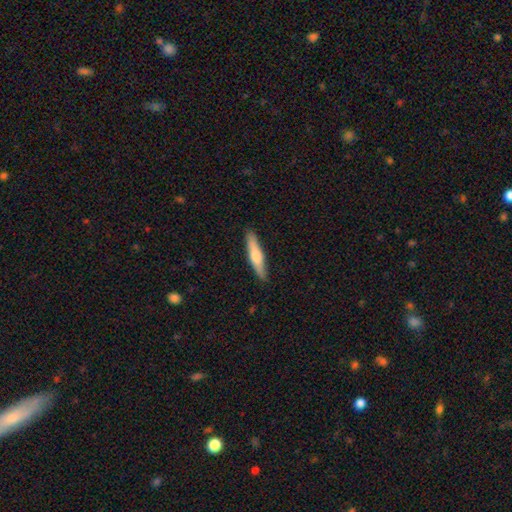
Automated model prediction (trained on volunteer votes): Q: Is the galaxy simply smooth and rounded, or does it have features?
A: smooth — 55%.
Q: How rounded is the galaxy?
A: cigar-shaped — 87%.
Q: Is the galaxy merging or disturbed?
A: none — 90%.